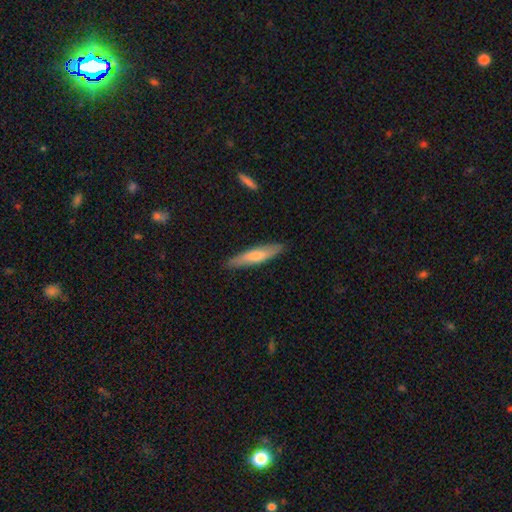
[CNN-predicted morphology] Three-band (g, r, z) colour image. It shows a smooth galaxy with no disk features (58%) that is cigar-shaped (87%). Merging: none (87%).